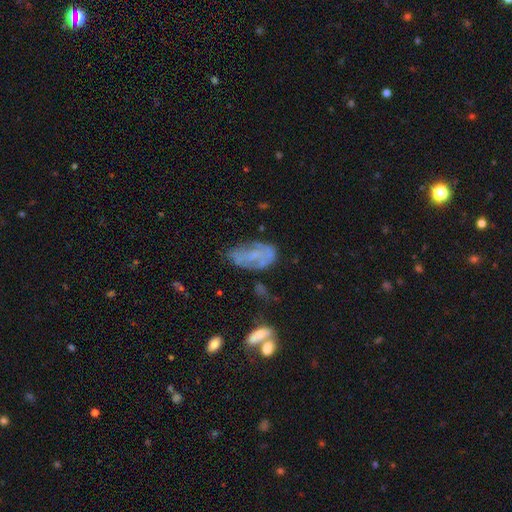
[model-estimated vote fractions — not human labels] Smooth or featured? Predicted: featured or disk (p=0.54). Edge-on disk? Predicted: no (p=0.94). Bar? Predicted: no (p=0.66). Spiral arms? Predicted: no (p=0.53). Bulge size? Predicted: none (p=0.42). Merging? Predicted: none (p=0.47).